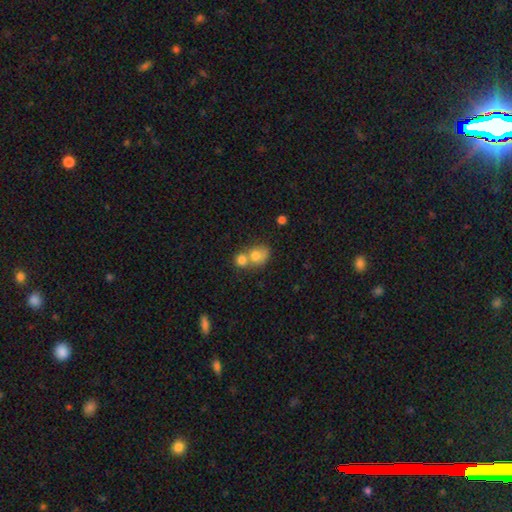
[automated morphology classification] A smooth galaxy with no disk features (76%) that is round (61%). Merging: merger (61%).